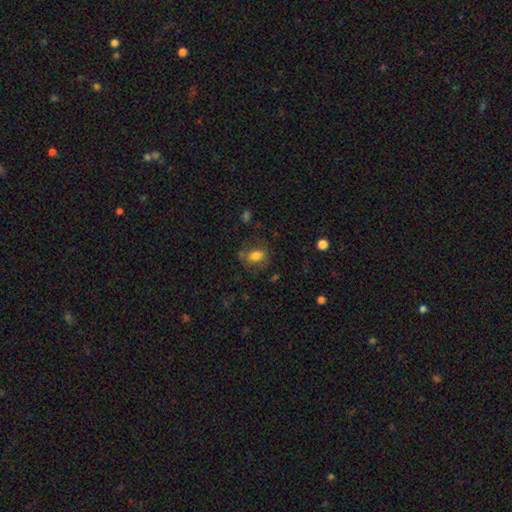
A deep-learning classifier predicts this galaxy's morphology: type=smooth (74%); roundness=in between (73%); merging=none (67%).